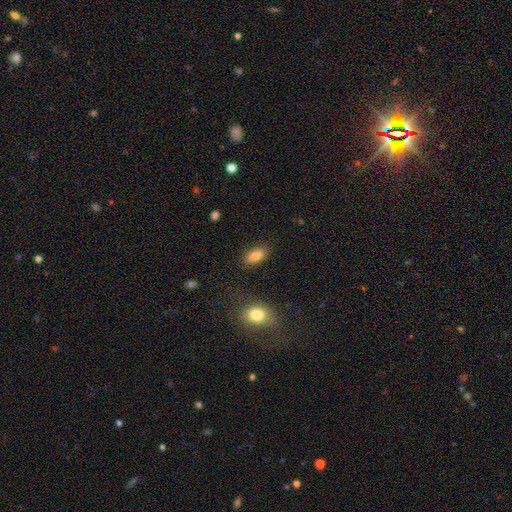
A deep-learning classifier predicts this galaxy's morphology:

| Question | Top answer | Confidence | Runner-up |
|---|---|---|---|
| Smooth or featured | smooth | 85% | star or artifact (8%) |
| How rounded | in between | 90% | round (6%) |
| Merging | none | 82% | minor disturbance (12%) |